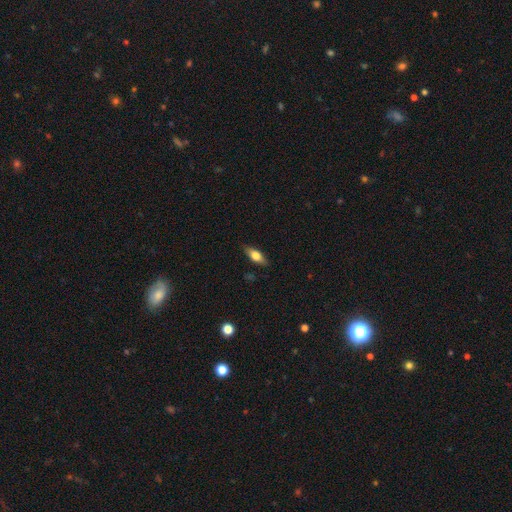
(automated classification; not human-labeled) A smooth galaxy with no disk features (63%) that is in between round and cigar-shaped (69%). Merging: none (86%).